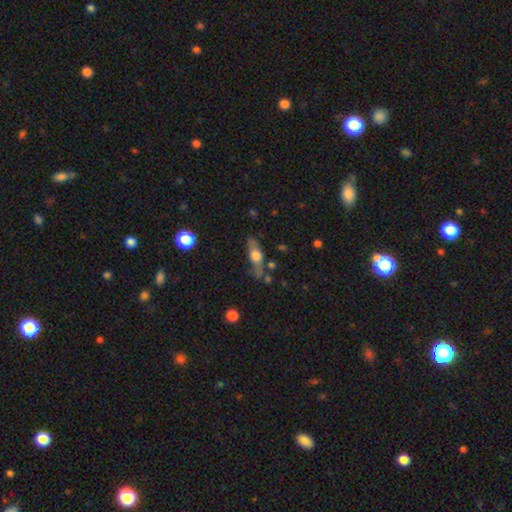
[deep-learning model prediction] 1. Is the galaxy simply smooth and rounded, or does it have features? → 46% smooth (tied), 46% featured or disk (tied), 8% star or artifact.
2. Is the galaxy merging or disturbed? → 62% none, 22% minor disturbance, 9% major disturbance, 7% merger.